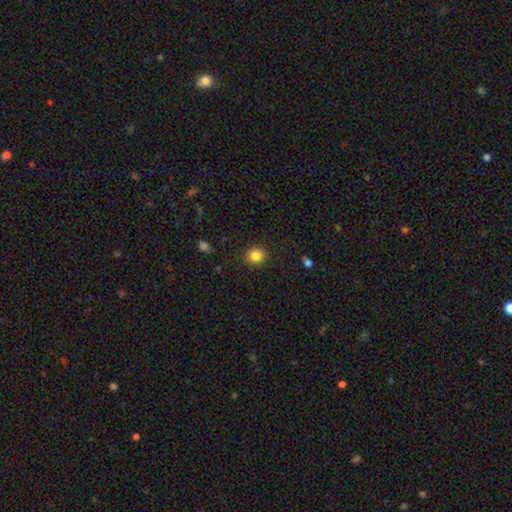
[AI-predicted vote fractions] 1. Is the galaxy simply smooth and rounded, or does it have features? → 84% smooth, 11% star or artifact, 5% featured or disk.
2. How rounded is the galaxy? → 87% round, 12% in between, 1% cigar-shaped.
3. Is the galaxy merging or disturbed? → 90% none, 7% minor disturbance, 2% major disturbance, 1% merger.